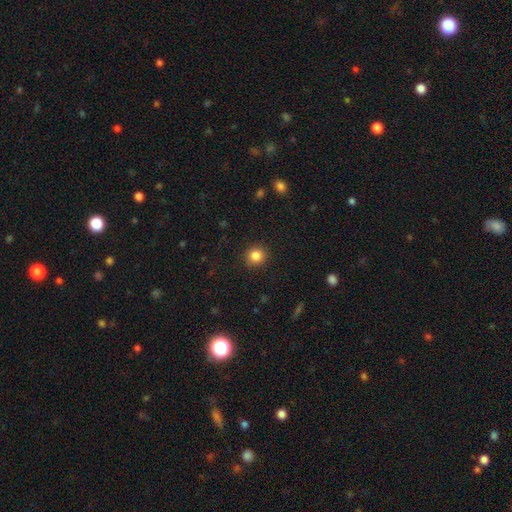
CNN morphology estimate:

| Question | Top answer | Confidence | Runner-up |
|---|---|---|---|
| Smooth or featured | smooth | 85% | star or artifact (11%) |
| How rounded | round | 91% | in between (9%) |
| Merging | none | 90% | minor disturbance (7%) |